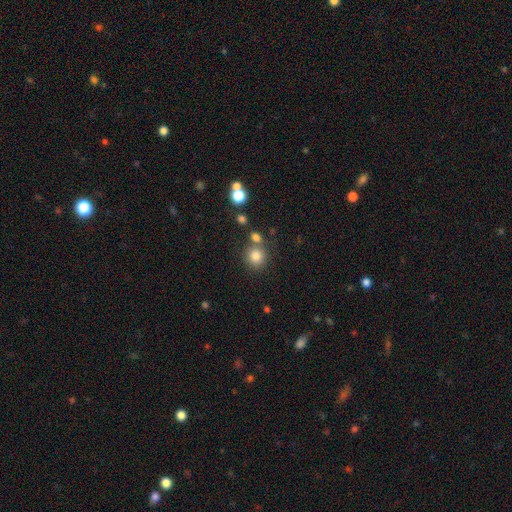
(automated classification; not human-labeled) smooth_or_featured: smooth (p=0.82) [alt: star or artifact p=0.12]
how_rounded: round (p=0.89) [alt: in between p=0.10]
merging: none (p=0.70) [alt: merger p=0.17]